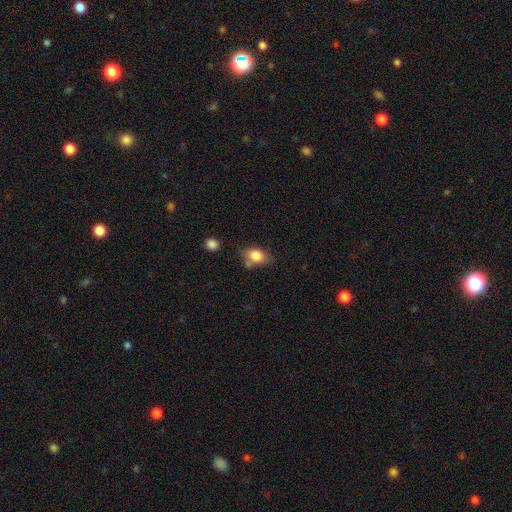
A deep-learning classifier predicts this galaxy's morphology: smooth-or-featured: smooth: 82% | featured or disk: 9% | star or artifact: 9%
  how-rounded: in between: 73% | round: 25% | cigar-shaped: 2%
  merging: none: 61% | minor disturbance: 22% | merger: 11% | major disturbance: 6%